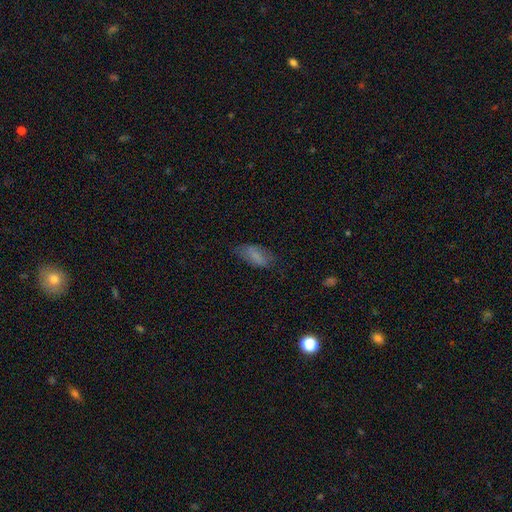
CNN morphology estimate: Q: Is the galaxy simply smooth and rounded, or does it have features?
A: smooth — 73%.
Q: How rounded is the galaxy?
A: in between — 86%.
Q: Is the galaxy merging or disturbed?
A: none — 60%.